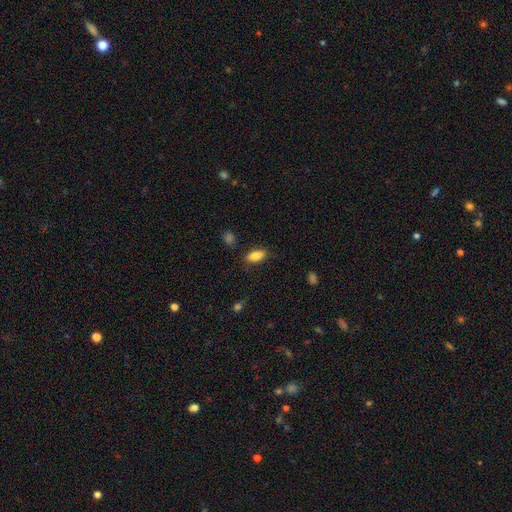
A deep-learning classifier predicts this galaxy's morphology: Smooth or featured? smooth (84%)
How rounded? in between (86%)
Merging? none (83%)